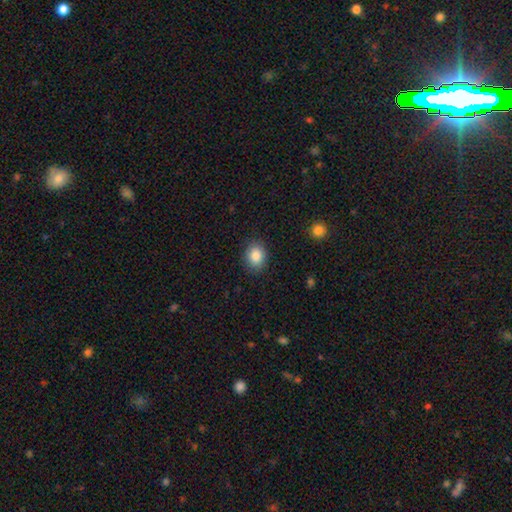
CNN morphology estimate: This is clearly a smooth galaxy (86%). How rounded: possibly in between (50%). Merging: clearly none (87%).